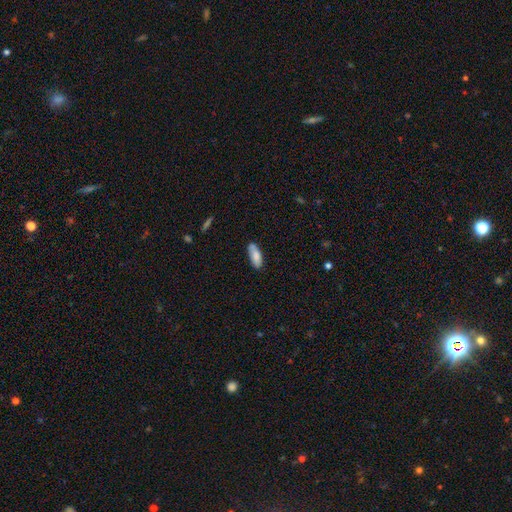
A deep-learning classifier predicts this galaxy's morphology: smooth_or_featured: smooth (p=0.82) [alt: featured or disk p=0.12]
how_rounded: in between (p=0.73) [alt: cigar-shaped p=0.25]
merging: none (p=0.71) [alt: minor disturbance p=0.19]